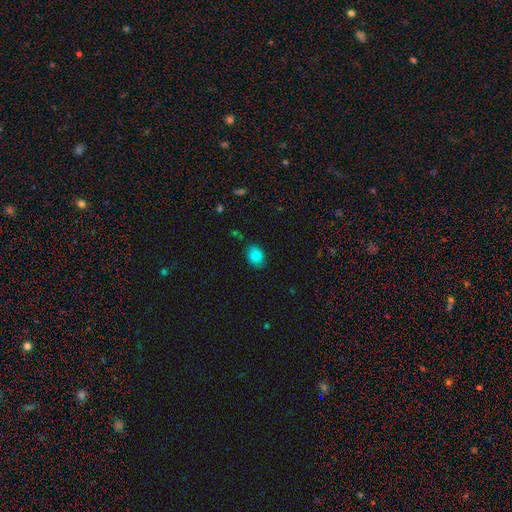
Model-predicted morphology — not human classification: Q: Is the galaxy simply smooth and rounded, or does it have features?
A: smooth — 86%.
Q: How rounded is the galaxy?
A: in between — 62%.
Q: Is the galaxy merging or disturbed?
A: none — 74%.